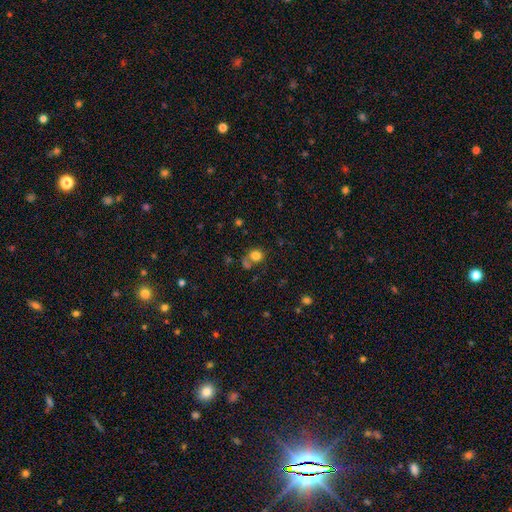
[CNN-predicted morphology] A smooth galaxy with no disk features (80%) that is round (78%). Merging: none (58%).